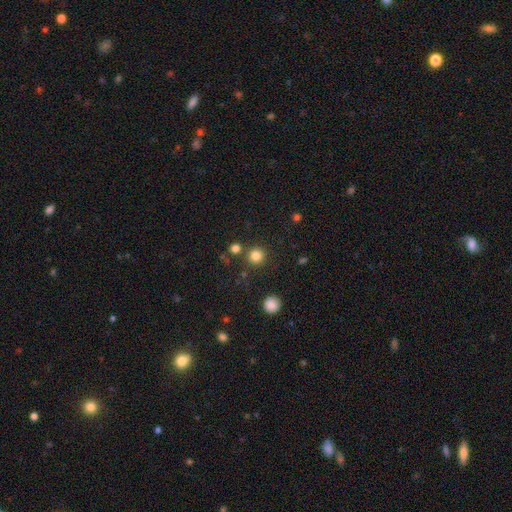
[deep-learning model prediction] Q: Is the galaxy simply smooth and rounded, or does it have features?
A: smooth — 82%.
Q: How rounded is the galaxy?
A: round — 93%.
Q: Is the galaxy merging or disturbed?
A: none — 84%.